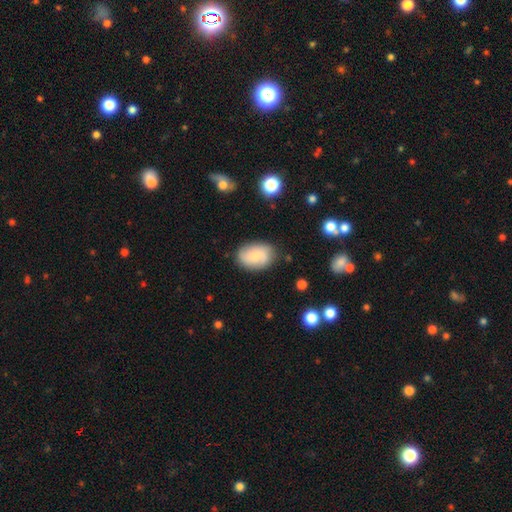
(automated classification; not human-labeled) A smooth galaxy with no disk features (50%). Merging: none (79%).